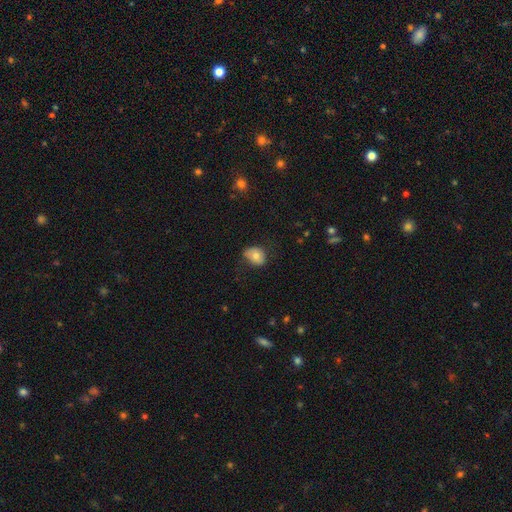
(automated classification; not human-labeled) This is likely a smooth galaxy (75%). How rounded: possibly in between (59%). Merging: possibly none (54%).